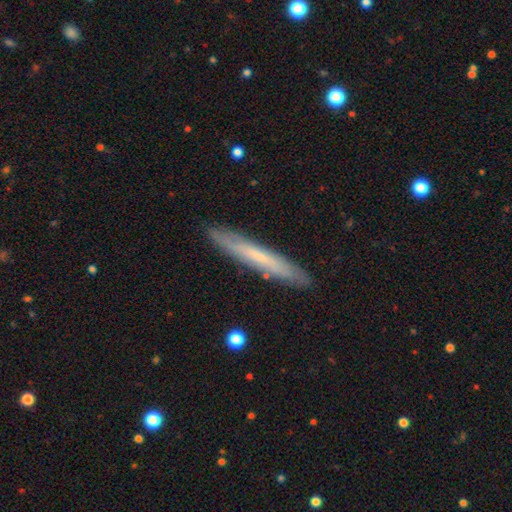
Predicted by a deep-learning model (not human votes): Smooth or featured? Predicted: smooth (p=0.49). Merging? Predicted: none (p=0.90).